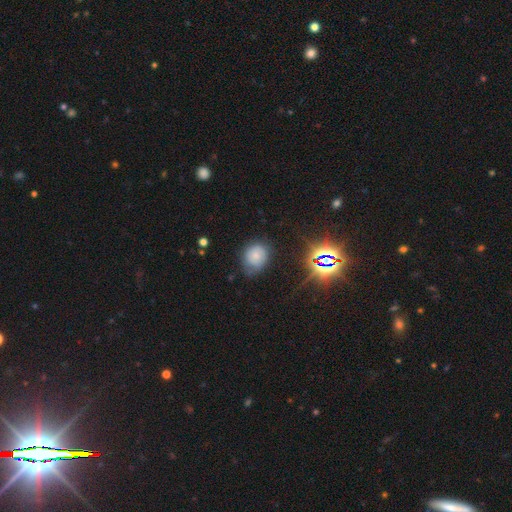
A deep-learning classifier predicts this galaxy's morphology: A smooth galaxy with no disk features (70%) that is round (61%).

Vote fractions:
- Smooth or featured? smooth: 70% / star or artifact: 17% / featured or disk: 13%
- How rounded? round: 61% / in between: 38% / cigar-shaped: 1%
- Merging? none: 62% / minor disturbance: 28% / major disturbance: 8% / merger: 2%